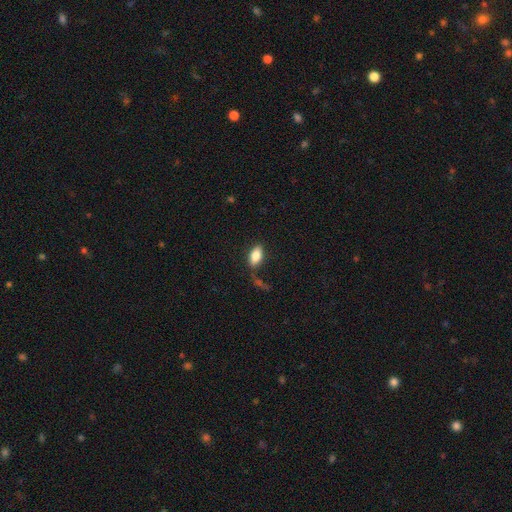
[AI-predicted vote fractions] Overall: smooth (81%). How rounded: in between (89%). Merging: none (75%).